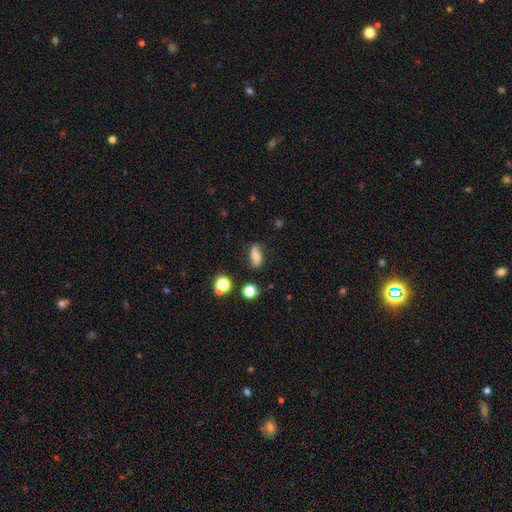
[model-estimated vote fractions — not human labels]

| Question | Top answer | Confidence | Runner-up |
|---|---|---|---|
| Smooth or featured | smooth | 54% | featured or disk (34%) |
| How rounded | in between | 80% | round (11%) |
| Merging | none | 74% | minor disturbance (18%) |